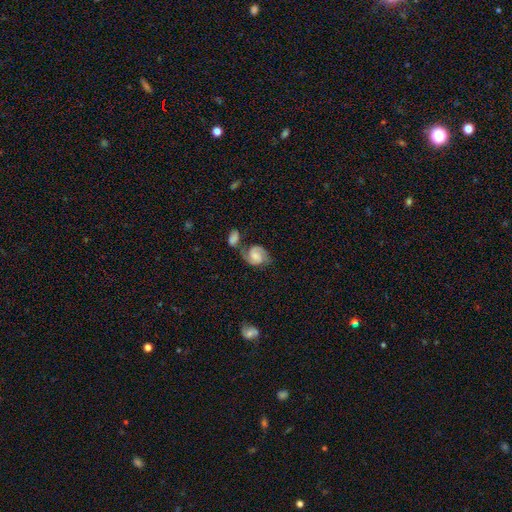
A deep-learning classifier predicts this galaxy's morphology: smooth-or-featured: featured or disk: 76% | smooth: 17% | star or artifact: 7%
  disk-edge-on: no: 98% | yes: 2%
    bar: no: 54% | weak: 36% | strong: 10%
    has-spiral-arms: yes: 96% | no: 4%
      spiral-winding: medium: 49% | tight: 34% | loose: 17%
      spiral-arm-count: 2: 89% | can't tell: 4% | 1: 3% | 3: 1% | 4: 1% | more than 4: 1%
    bulge-size: none: 32% | moderate: 24% | small: 23% | large: 16% | dominant: 4%
  merging: none: 45% | merger: 31% | minor disturbance: 15% | major disturbance: 9%